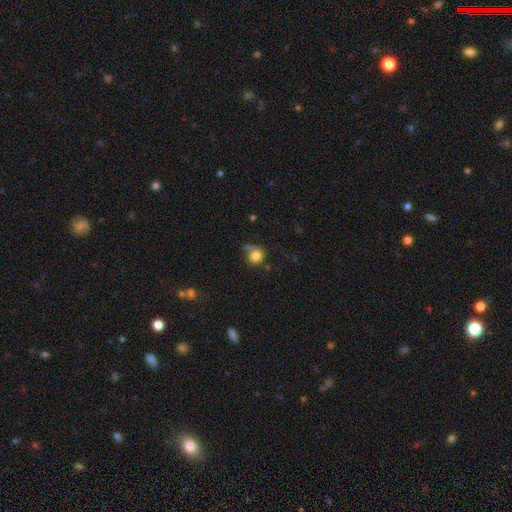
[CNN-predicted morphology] This is likely a smooth galaxy (77%). How rounded: likely round (79%). Merging: possibly none (49%).